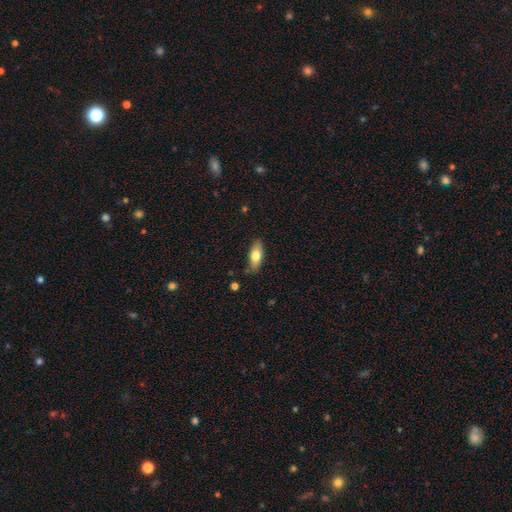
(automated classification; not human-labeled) Overall: smooth (72%). How rounded: in between (79%). Merging: none (84%).